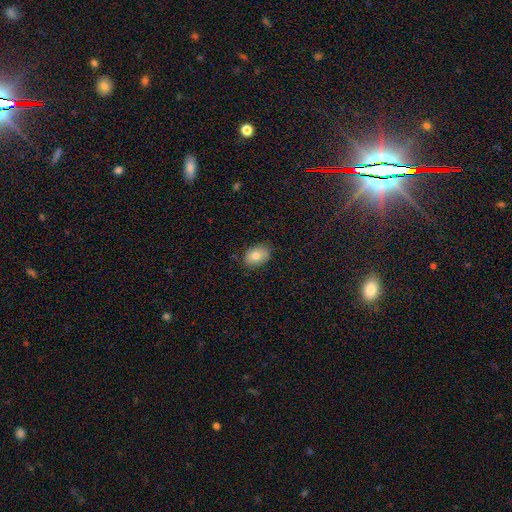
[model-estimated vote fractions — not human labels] The model was most divided on "how rounded": in between: 78%, round: 21%, cigar-shaped: 1%. More confident: merging — none (82%); smooth or featured — smooth (80%).